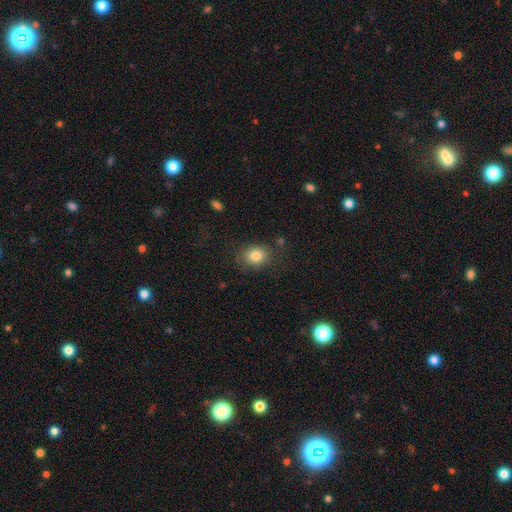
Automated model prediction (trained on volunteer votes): Smooth or featured? Predicted: smooth (p=0.82). How rounded? Predicted: round (p=0.60). Merging? Predicted: none (p=0.80).